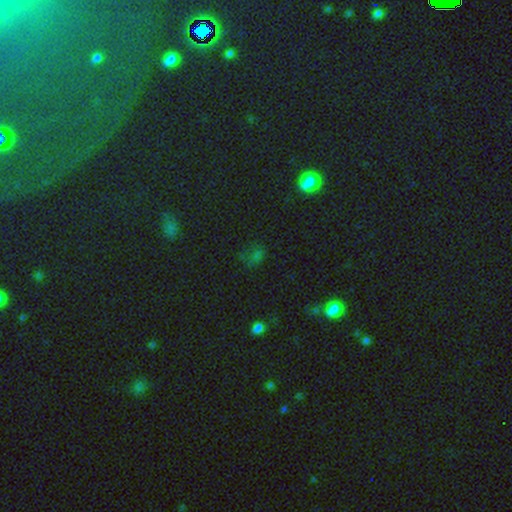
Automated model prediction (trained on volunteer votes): This is possibly a star or artifact rather than a galaxy (48%).